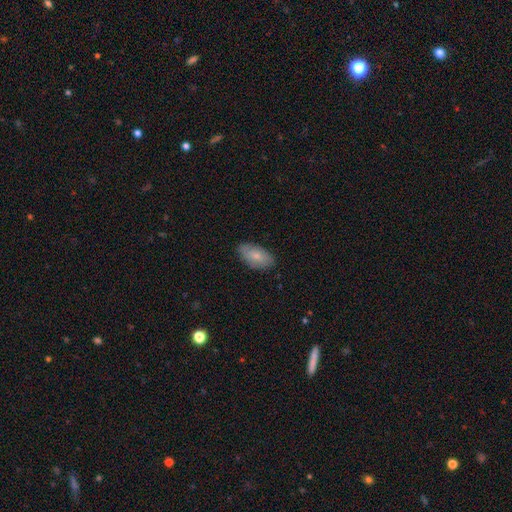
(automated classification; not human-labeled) Overall: smooth (74%). How rounded: in between (93%). Merging: none (82%).